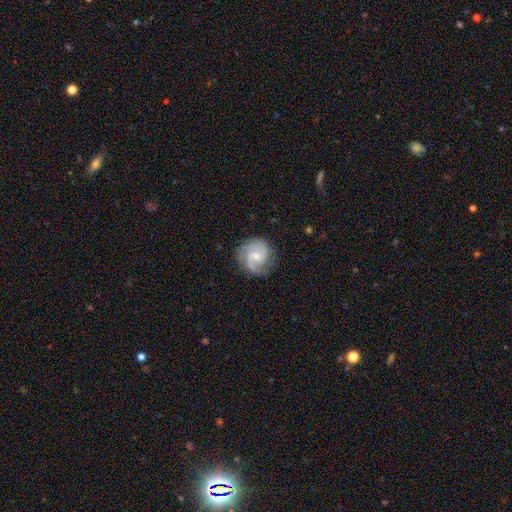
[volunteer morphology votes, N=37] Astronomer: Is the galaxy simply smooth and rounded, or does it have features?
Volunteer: featured or disk — 73%.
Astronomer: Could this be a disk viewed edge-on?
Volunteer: no — 100%.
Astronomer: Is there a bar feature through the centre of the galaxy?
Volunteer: no — 78%.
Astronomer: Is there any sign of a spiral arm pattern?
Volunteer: yes — 100%.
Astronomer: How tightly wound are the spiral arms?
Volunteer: medium — 63%.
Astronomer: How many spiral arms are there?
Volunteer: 2 — 93%.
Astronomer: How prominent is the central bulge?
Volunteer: small — 63%.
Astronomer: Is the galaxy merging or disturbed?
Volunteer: none — 63%.